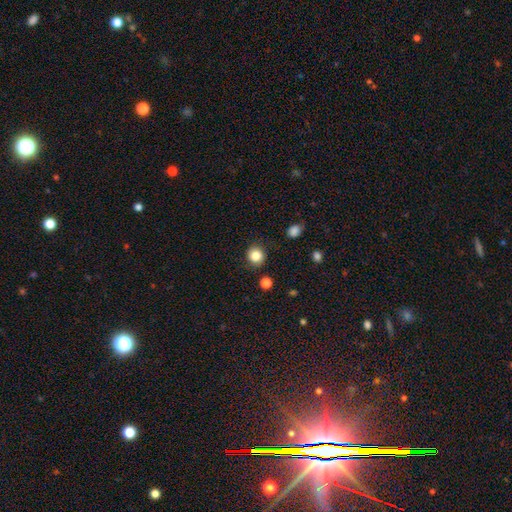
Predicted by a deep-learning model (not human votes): This is clearly a smooth galaxy (85%). How rounded: clearly round (89%). Merging: clearly none (86%).